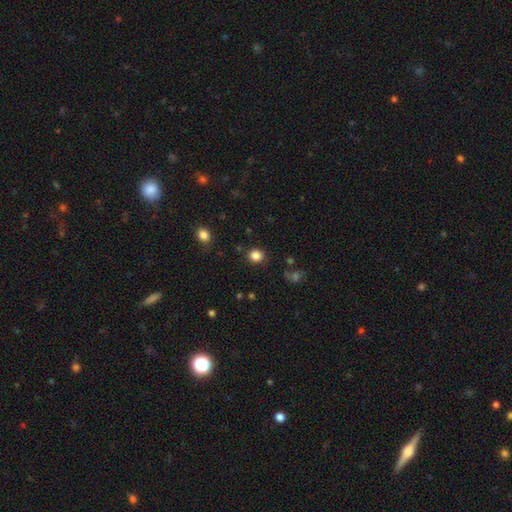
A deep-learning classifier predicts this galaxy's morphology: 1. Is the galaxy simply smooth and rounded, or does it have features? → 84% smooth, 12% star or artifact, 4% featured or disk.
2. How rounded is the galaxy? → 82% round, 17% in between, 1% cigar-shaped.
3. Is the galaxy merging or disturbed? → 87% none, 8% minor disturbance, 3% major disturbance, 2% merger.